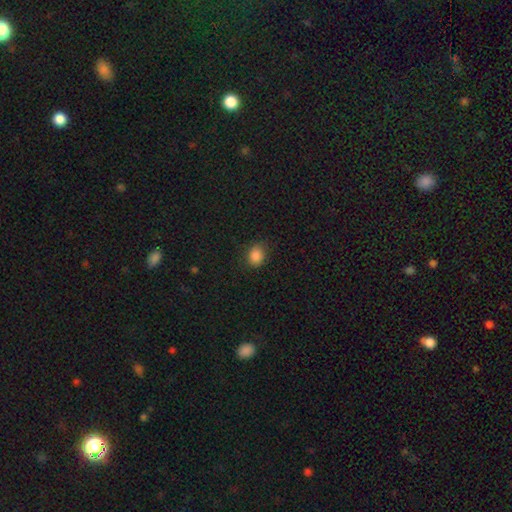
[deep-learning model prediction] Smooth or featured? smooth (86%)
How rounded? in between (50%)
Merging? none (80%)